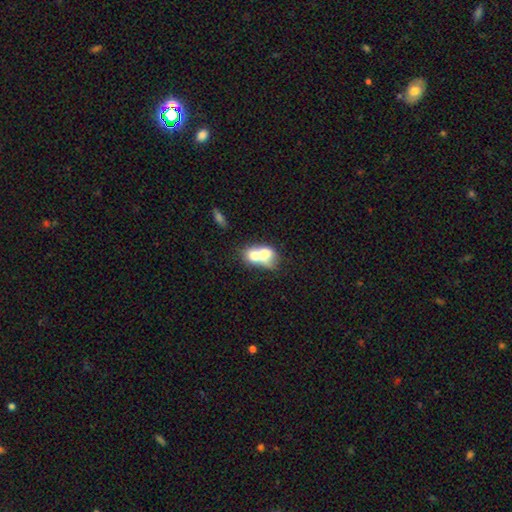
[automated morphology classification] type=smooth (64%); roundness=in between (62%); merging=merger (74%).